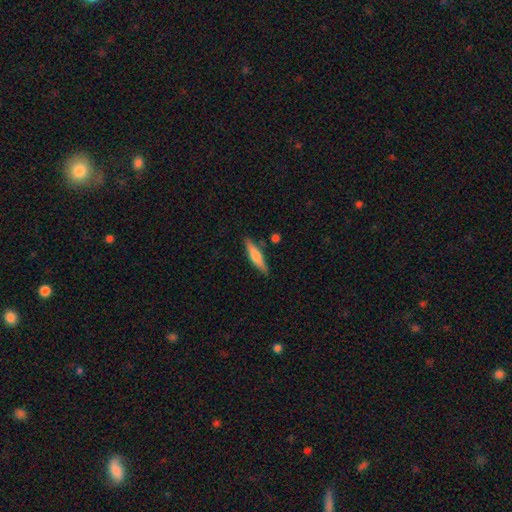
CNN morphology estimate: This appears to be a smooth galaxy with no disk features (54%) that is cigar-shaped (81%). Merging: none (84%).